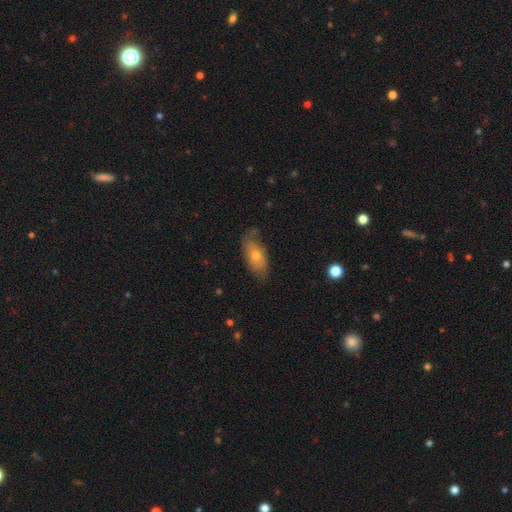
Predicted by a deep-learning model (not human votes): Morphology: type=featured or disk (48%); merging=none (66%).